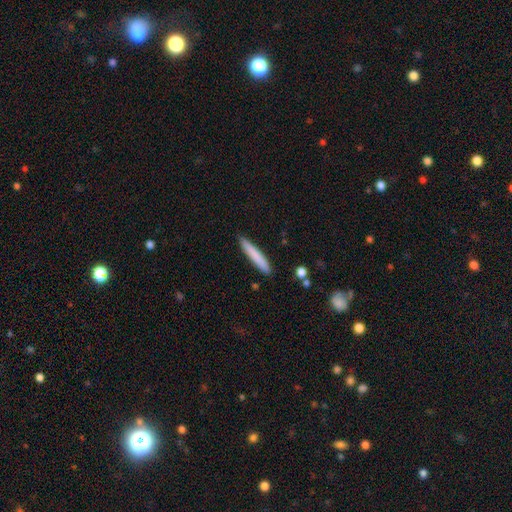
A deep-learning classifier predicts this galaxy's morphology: Smooth or featured? Predicted: smooth (p=0.78). How rounded? Predicted: cigar-shaped (p=0.95). Merging? Predicted: none (p=0.90).